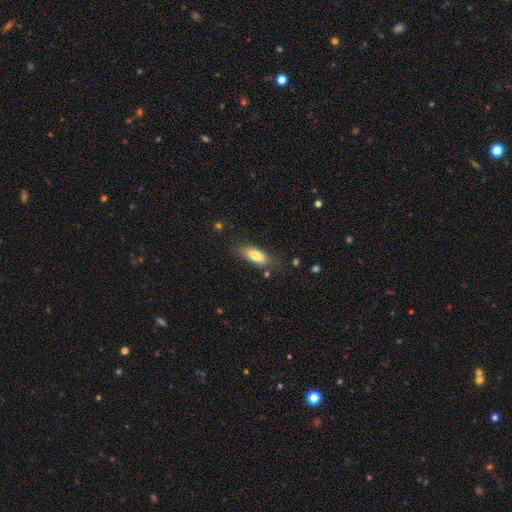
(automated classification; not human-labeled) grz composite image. It shows a smooth galaxy with no disk features (74%) that is in between round and cigar-shaped (75%). Merging: none (71%).